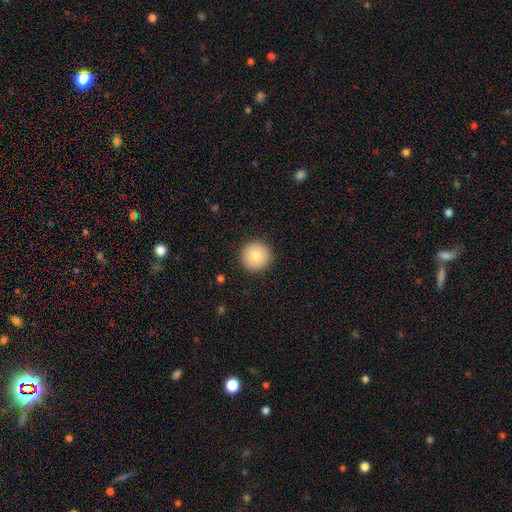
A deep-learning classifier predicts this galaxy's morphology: smooth 82%, featured or disk 10%, star or artifact 8%. Down the decision tree: how rounded — round (97%); merging — none (92%).